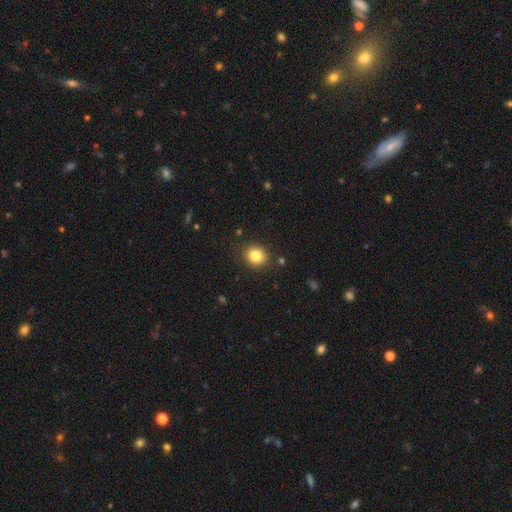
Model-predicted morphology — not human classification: Smooth or featured?
  - smooth: 82% *
  - star or artifact: 11%
  - featured or disk: 7%
How rounded?
  - round: 76% *
  - in between: 23%
  - cigar-shaped: 1%
Merging?
  - none: 88% *
  - minor disturbance: 8%
  - major disturbance: 2%
  - merger: 2%